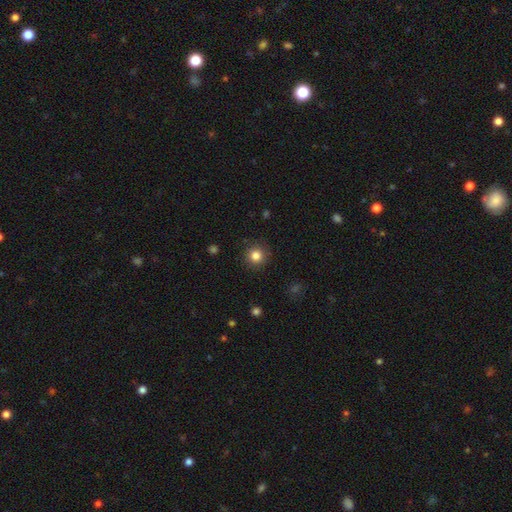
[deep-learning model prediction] This is clearly a smooth galaxy (83%). How rounded: clearly round (95%). Merging: clearly none (90%).